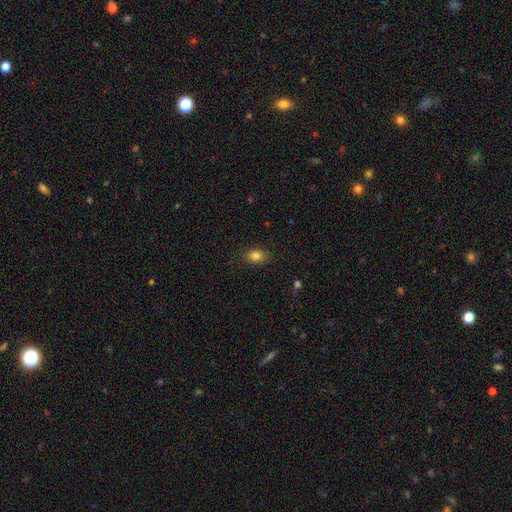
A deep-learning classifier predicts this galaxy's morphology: This is clearly a smooth galaxy (83%). How rounded: likely in between (78%). Merging: clearly none (85%).